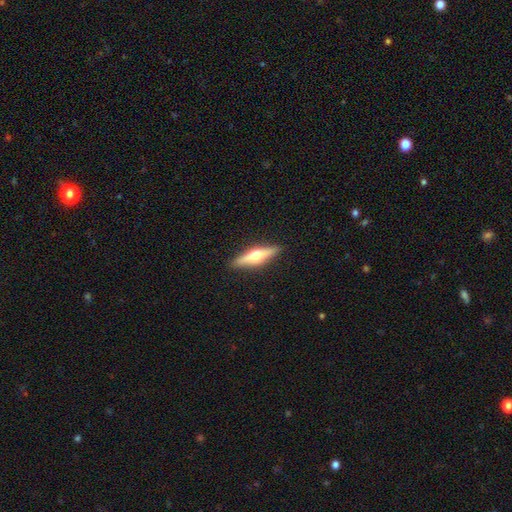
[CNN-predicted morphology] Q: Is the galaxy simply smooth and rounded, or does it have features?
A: featured or disk — 61%.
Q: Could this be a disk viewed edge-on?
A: yes — 96%.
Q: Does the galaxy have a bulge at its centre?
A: rounded — 93%.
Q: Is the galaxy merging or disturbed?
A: none — 90%.